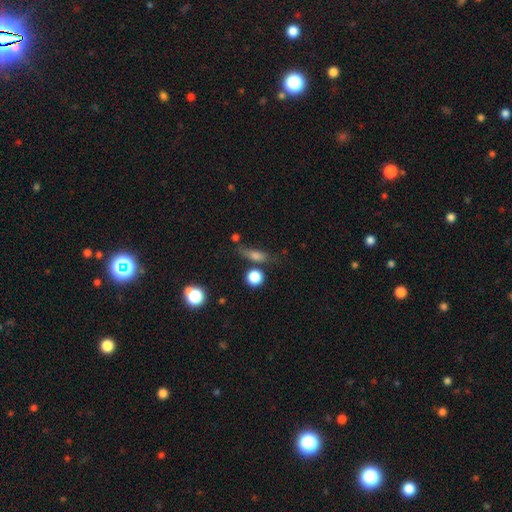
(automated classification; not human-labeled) This is likely a smooth galaxy (69%). How rounded: possibly in between (47%). Merging: possibly none (59%).